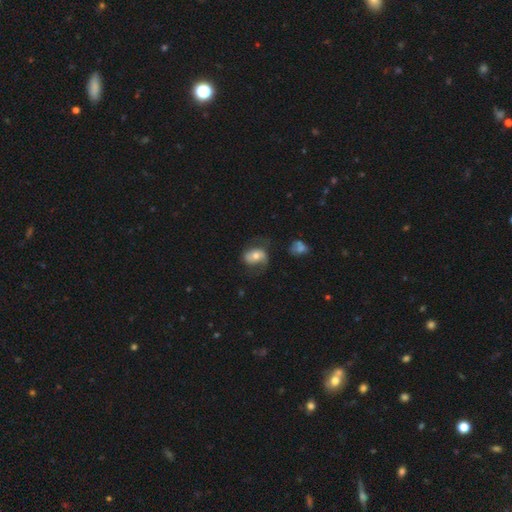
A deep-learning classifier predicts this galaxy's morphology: Overall: smooth (49%; featured or disk 44%). Merging: none (47%; minor disturbance 26%).